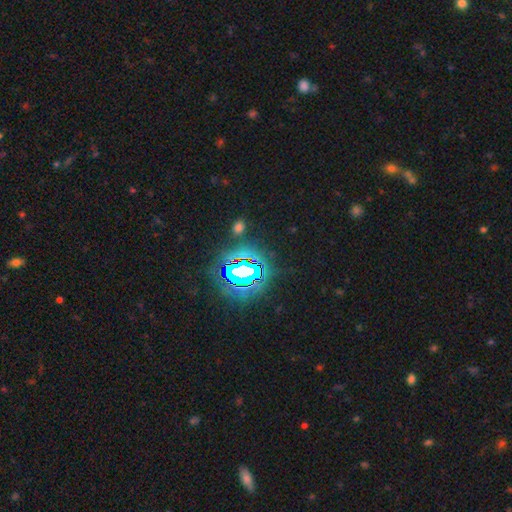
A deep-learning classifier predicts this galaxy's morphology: Smooth or featured? Predicted: star or artifact (p=0.84).